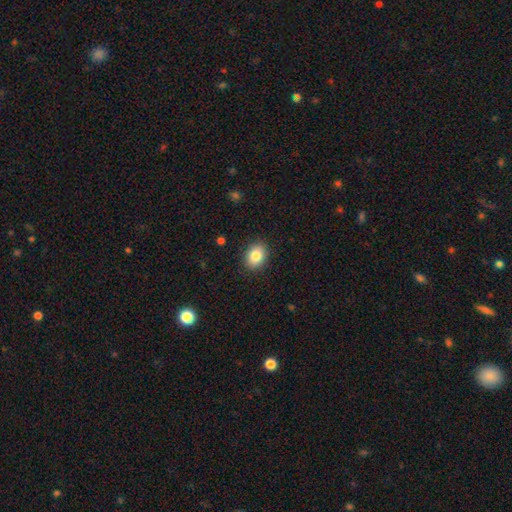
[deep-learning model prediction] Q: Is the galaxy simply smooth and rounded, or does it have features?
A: smooth — 84%.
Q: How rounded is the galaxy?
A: in between — 67%.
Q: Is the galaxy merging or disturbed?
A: none — 89%.